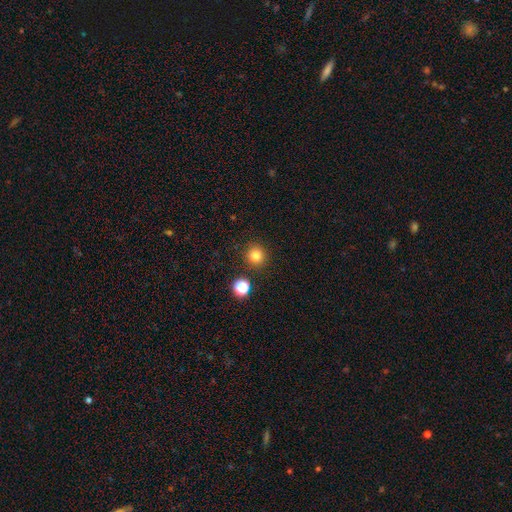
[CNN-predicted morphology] Smooth or featured?
  - smooth: 80% *
  - star or artifact: 14%
  - featured or disk: 6%
How rounded?
  - round: 93% *
  - in between: 6%
  - cigar-shaped: 1%
Merging?
  - none: 88% *
  - minor disturbance: 6%
  - merger: 3%
  - major disturbance: 2%